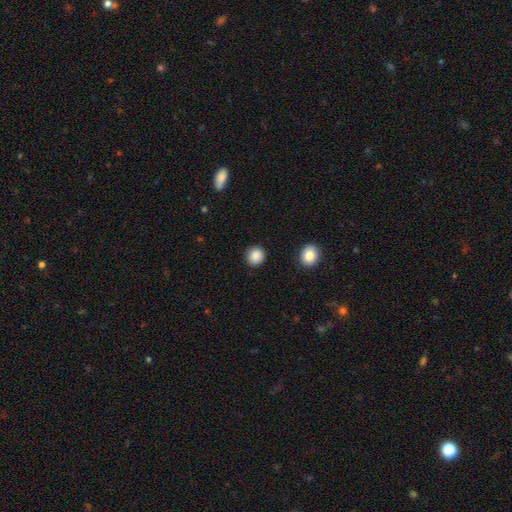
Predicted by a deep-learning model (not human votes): Q: Smooth or featured?
A: smooth (88%); runner-up: star or artifact (9%)
Q: How rounded?
A: round (89%); runner-up: in between (10%)
Q: Merging?
A: none (89%); runner-up: minor disturbance (7%)